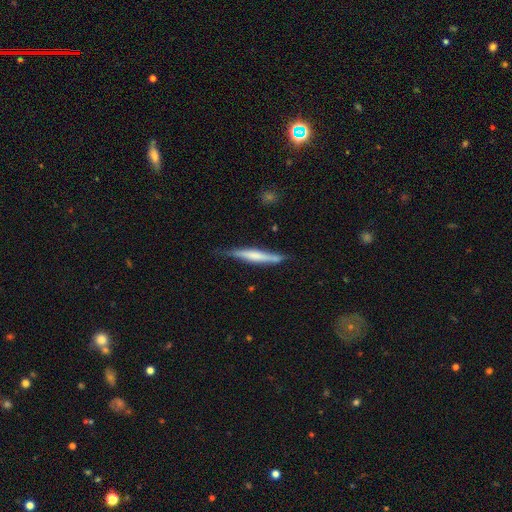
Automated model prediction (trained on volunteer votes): smooth-or-featured: featured or disk: 50% | smooth: 44% | star or artifact: 6%
  disk-edge-on: yes: 94% | no: 6%
  merging: none: 71% | minor disturbance: 22% | major disturbance: 4% | merger: 2%